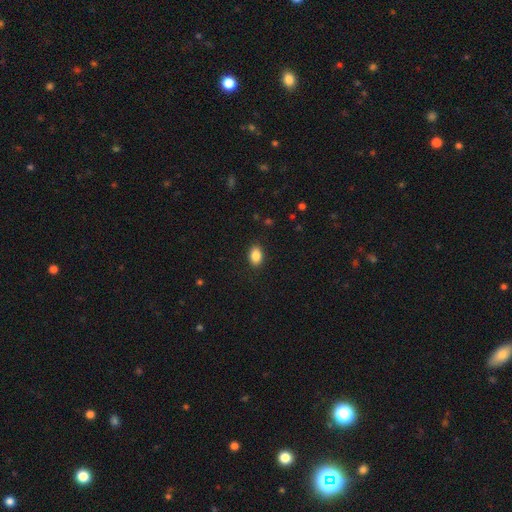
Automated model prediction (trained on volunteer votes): smooth 87%, star or artifact 8%, featured or disk 5%. Down the decision tree: how rounded — in between (82%); merging — none (88%).